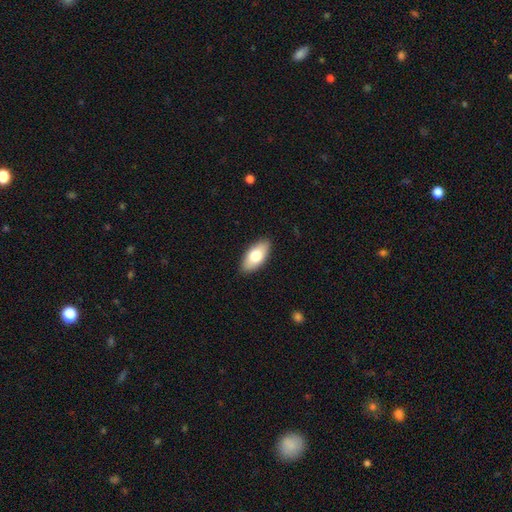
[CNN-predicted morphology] smooth-or-featured: smooth: 75% | featured or disk: 19% | star or artifact: 6%
  how-rounded: in between: 91% | cigar-shaped: 6% | round: 3%
  merging: none: 89% | minor disturbance: 9% | major disturbance: 2% | merger: 1%